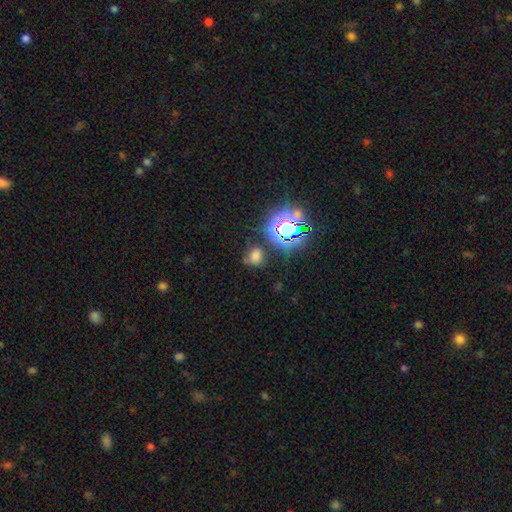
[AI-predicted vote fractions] smooth_or_featured: smooth (p=0.60) [alt: star or artifact p=0.31]
how_rounded: round (p=0.59) [alt: in between p=0.39]
merging: none (p=0.66) [alt: minor disturbance p=0.20]